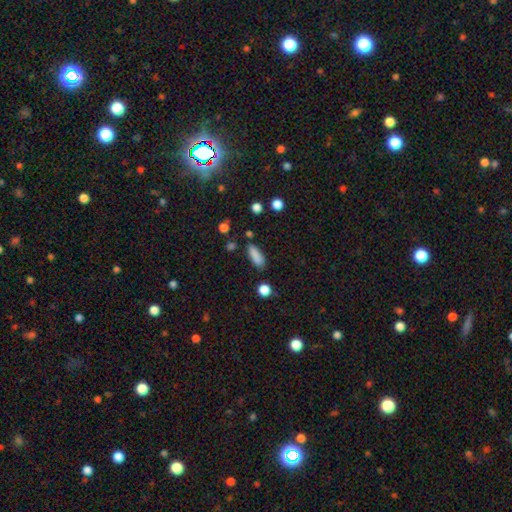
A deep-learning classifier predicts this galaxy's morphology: Smooth or featured? Predicted: smooth (p=0.86). How rounded? Predicted: in between (p=0.60). Merging? Predicted: none (p=0.78).